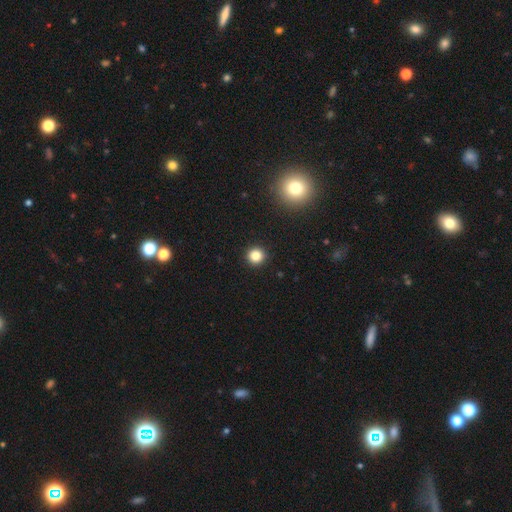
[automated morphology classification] A smooth galaxy with no disk features (83%) that is round (95%).

Vote fractions:
- Smooth or featured? smooth: 83% / star or artifact: 13% / featured or disk: 4%
- How rounded? round: 95% / in between: 4% / cigar-shaped: 1%
- Merging? none: 93% / minor disturbance: 4% / major disturbance: 2% / merger: 1%